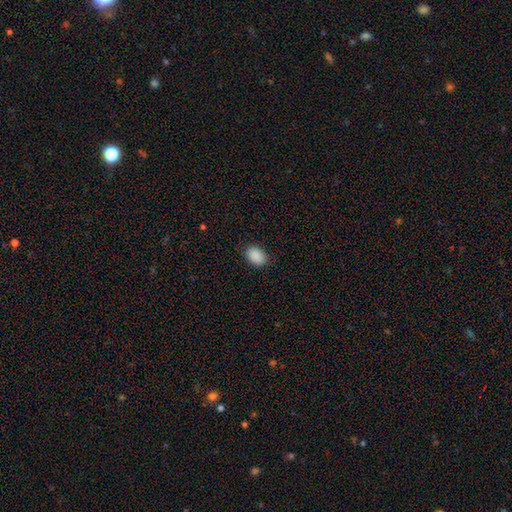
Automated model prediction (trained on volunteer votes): Q: Smooth or featured?
A: smooth (90%); runner-up: star or artifact (7%)
Q: How rounded?
A: in between (83%); runner-up: round (15%)
Q: Merging?
A: none (85%); runner-up: minor disturbance (11%)